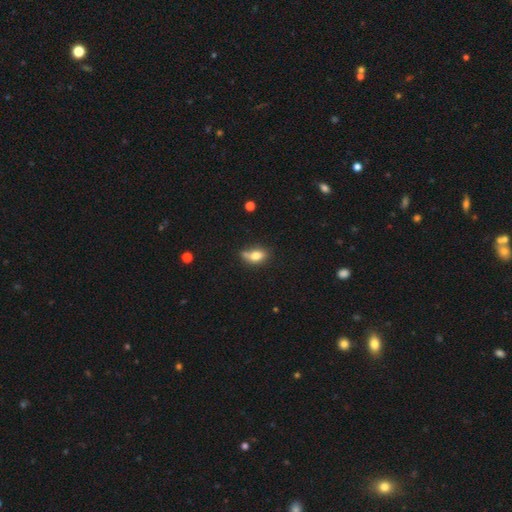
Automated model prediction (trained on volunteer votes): smooth 76%, featured or disk 14%, star or artifact 10%. Down the decision tree: how rounded — in between (77%); merging — none (43%).